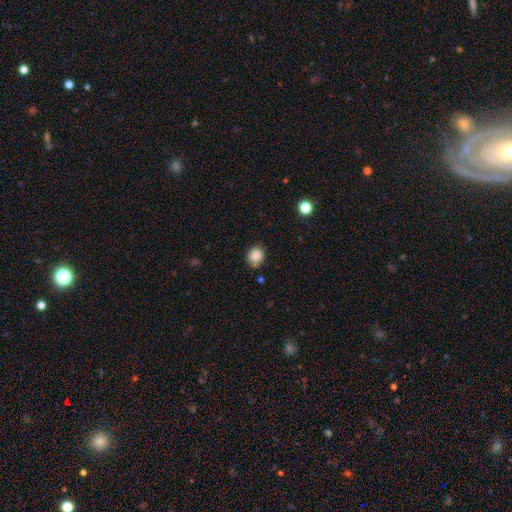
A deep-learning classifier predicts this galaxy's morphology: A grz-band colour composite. It shows a smooth galaxy with no disk features (86%) that is round (73%). Merging: none (71%).